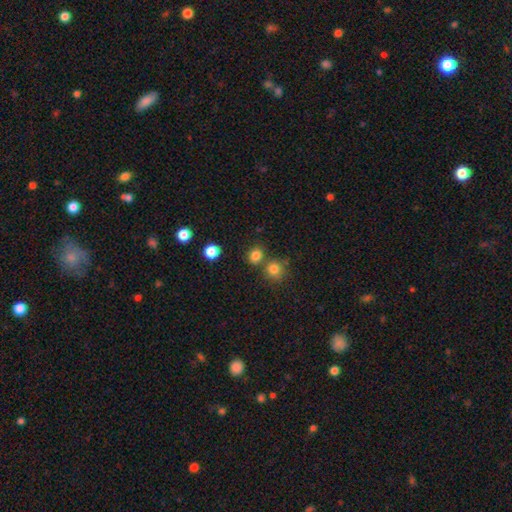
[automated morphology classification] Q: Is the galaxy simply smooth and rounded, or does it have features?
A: smooth — 81%.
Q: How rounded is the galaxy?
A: round — 71%.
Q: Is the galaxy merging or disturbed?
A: none — 68%.